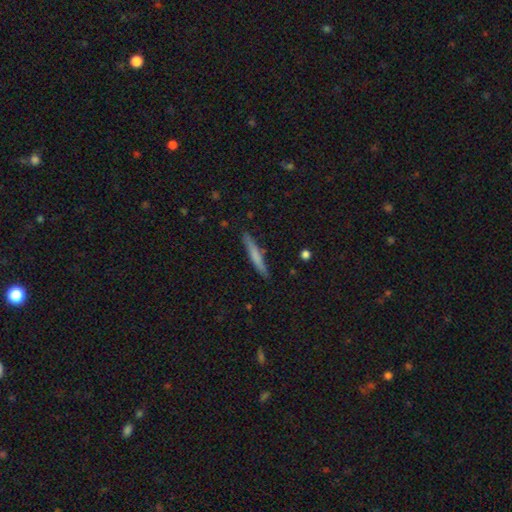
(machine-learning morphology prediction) Smooth or featured?
  - smooth: 67% *
  - featured or disk: 27%
  - star or artifact: 6%
How rounded?
  - cigar-shaped: 95% *
  - in between: 4%
  - round: 1%
Merging?
  - none: 88% *
  - minor disturbance: 9%
  - major disturbance: 2%
  - merger: 2%